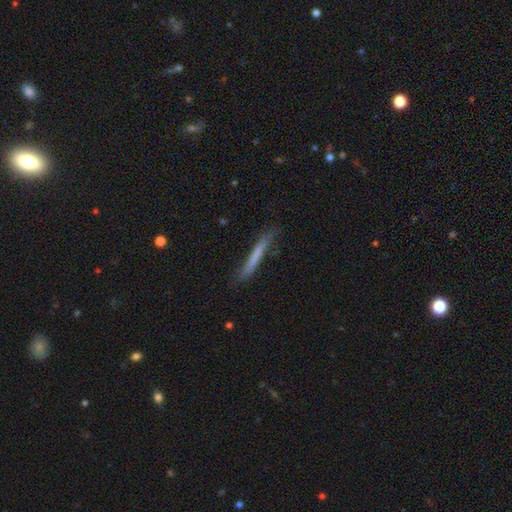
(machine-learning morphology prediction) This appears to be a smooth galaxy with no disk features (62%) that is cigar-shaped (96%). Merging: none (74%).